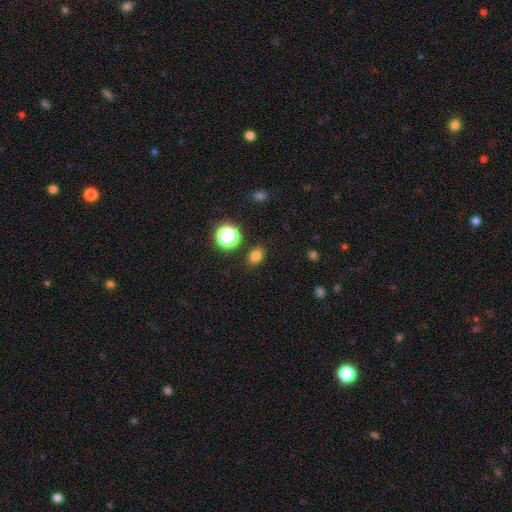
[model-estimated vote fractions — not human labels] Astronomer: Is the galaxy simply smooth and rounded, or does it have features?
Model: smooth — 78%.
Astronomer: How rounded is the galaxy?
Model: in between — 70%.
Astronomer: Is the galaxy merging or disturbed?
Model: none — 86%.